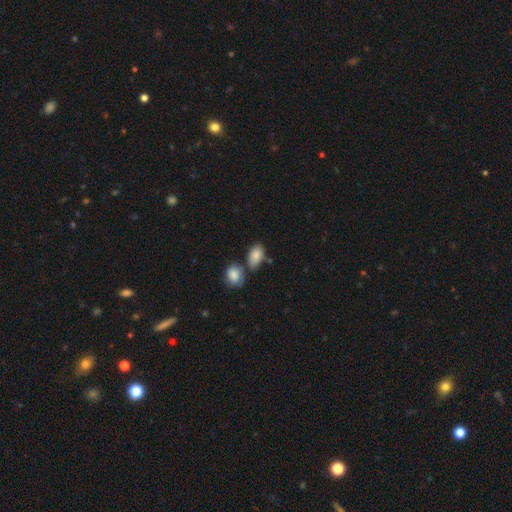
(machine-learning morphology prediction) smooth-or-featured: smooth: 84% | featured or disk: 8% | star or artifact: 8%
  how-rounded: in between: 87% | round: 11% | cigar-shaped: 2%
  merging: none: 54% | merger: 22% | minor disturbance: 19% | major disturbance: 5%